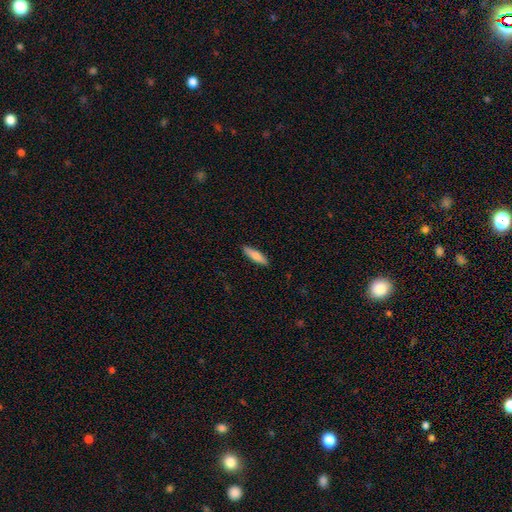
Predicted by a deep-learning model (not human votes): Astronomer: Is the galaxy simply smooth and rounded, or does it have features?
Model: smooth — 78%.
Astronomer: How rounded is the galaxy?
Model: cigar-shaped — 72%.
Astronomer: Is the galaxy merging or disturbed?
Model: none — 89%.